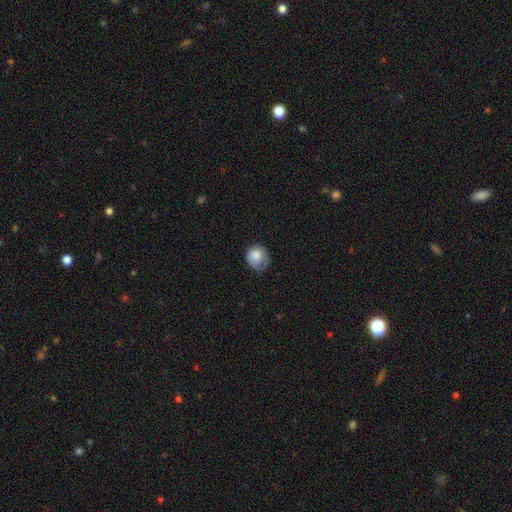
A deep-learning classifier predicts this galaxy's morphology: This is clearly a smooth galaxy (81%). How rounded: likely round (73%). Merging: possibly none (48%).